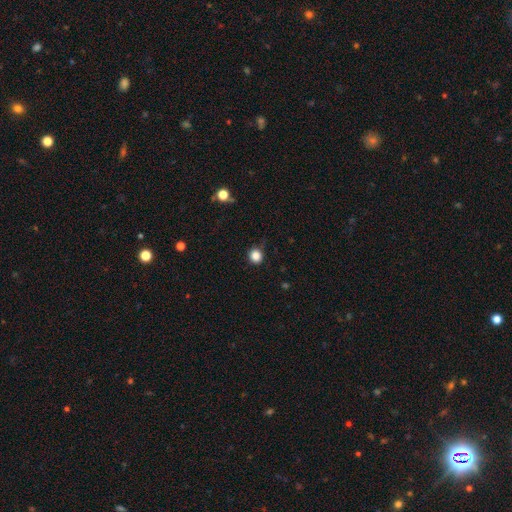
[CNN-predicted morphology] Q: Smooth or featured?
A: smooth (84%); runner-up: star or artifact (12%)
Q: How rounded?
A: round (89%); runner-up: in between (10%)
Q: Merging?
A: none (82%); runner-up: minor disturbance (13%)